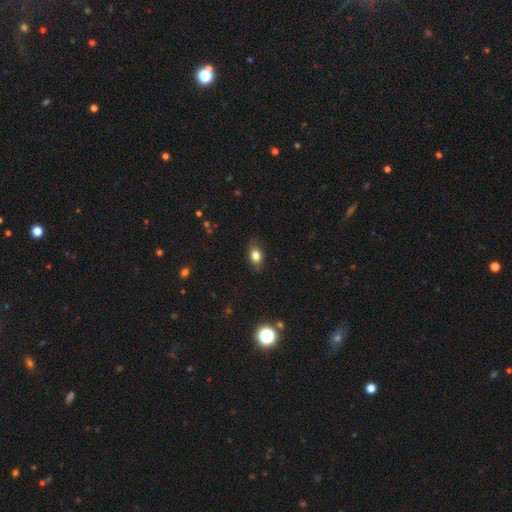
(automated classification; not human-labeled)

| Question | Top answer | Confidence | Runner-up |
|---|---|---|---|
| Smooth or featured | smooth | 80% | featured or disk (10%) |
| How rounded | in between | 75% | round (22%) |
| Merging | none | 78% | minor disturbance (17%) |